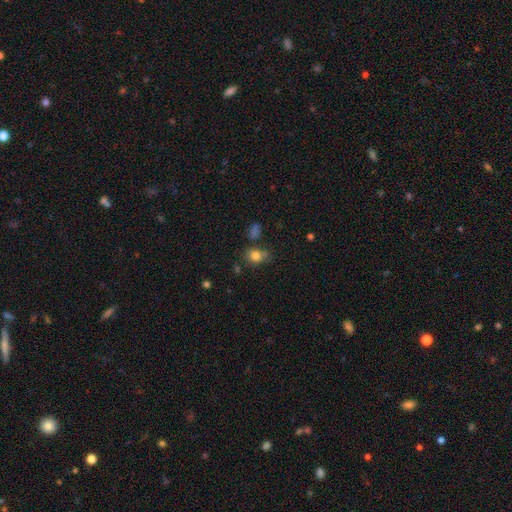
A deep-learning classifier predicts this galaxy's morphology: The model was most divided on "how rounded": round: 64%, in between: 35%, cigar-shaped: 1%. More confident: smooth or featured — smooth (78%); merging — none (64%).